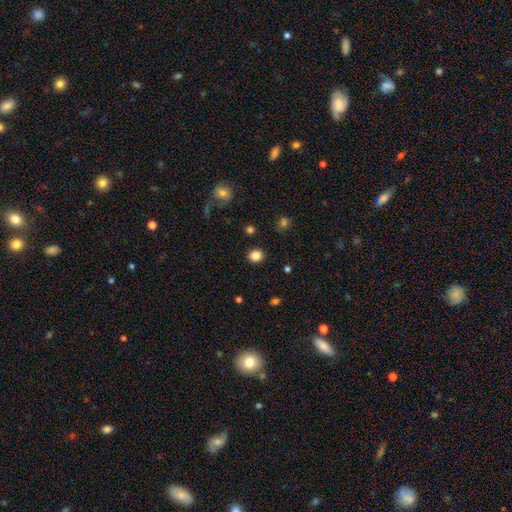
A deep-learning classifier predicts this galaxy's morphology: Smooth or featured: smooth — 85% (star or artifact — 11%)
How rounded: round — 84% (in between — 15%)
Merging: none — 91% (minor disturbance — 6%)